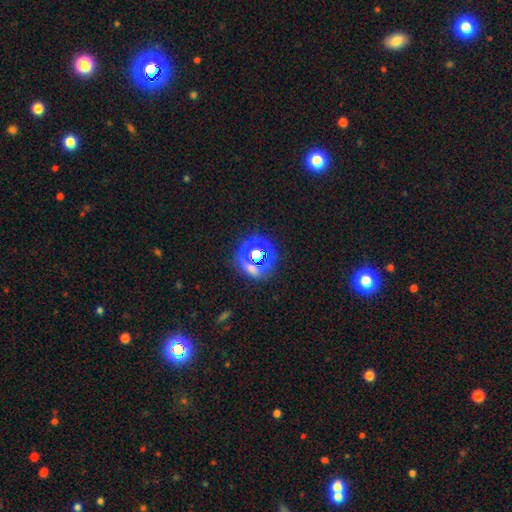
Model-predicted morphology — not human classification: This is possibly a star or artifact rather than a galaxy (54%).